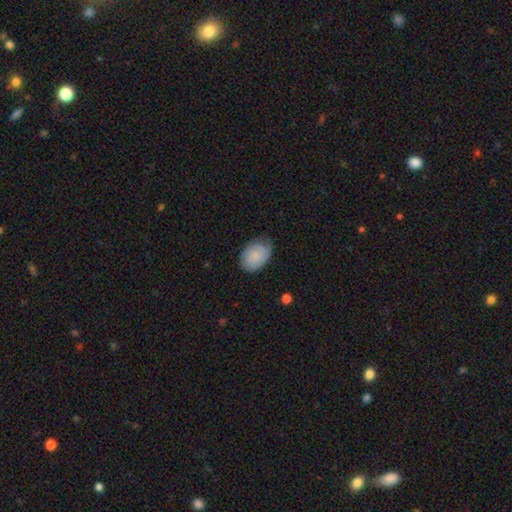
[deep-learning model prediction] smooth_or_featured: smooth (p=0.85) [alt: featured or disk p=0.09]
how_rounded: in between (p=0.82) [alt: round p=0.17]
merging: none (p=0.65) [alt: minor disturbance p=0.28]